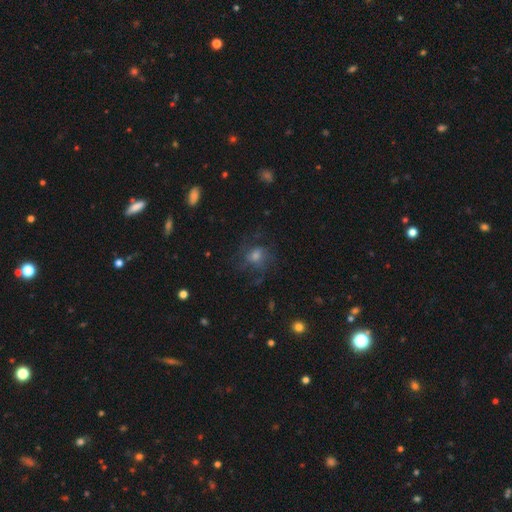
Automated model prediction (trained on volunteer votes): Smooth or featured? Predicted: featured or disk (p=0.49). Merging? Predicted: none (p=0.61).